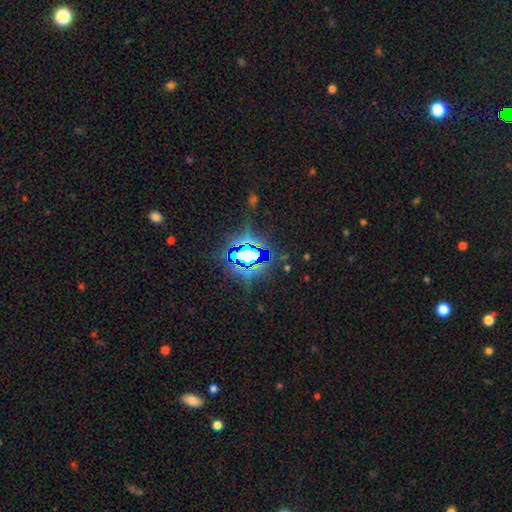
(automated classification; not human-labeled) A star or artifact, not a galaxy (79%).

Vote fractions:
- Smooth or featured? star or artifact: 79% / smooth: 11% / featured or disk: 10%